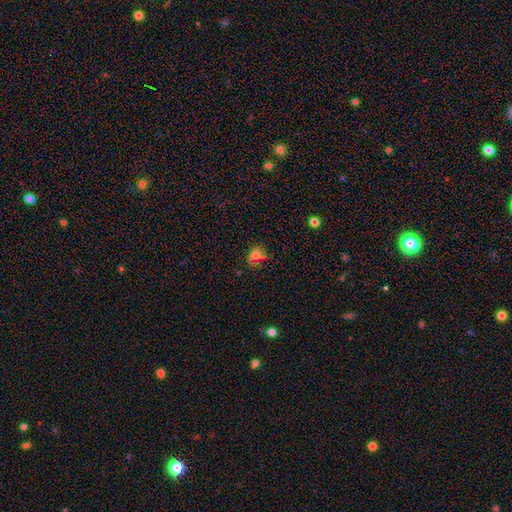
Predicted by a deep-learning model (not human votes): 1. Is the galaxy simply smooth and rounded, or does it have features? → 65% smooth, 23% star or artifact, 13% featured or disk.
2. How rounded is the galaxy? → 58% in between, 40% round, 2% cigar-shaped.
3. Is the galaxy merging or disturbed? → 61% none, 21% minor disturbance, 9% merger, 9% major disturbance.